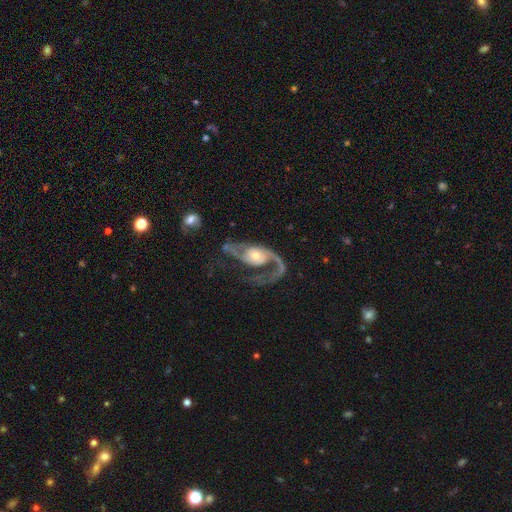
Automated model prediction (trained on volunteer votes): smooth_or_featured: featured or disk (p=0.87) [alt: smooth p=0.08]
disk_edge_on: no (p=0.96) [alt: yes p=0.04]
bar: no (p=0.67) [alt: weak p=0.24]
has_spiral_arms: yes (p=0.94) [alt: no p=0.06]
spiral_winding: loose (p=0.54) [alt: medium p=0.37]
spiral_arm_count: 2 (p=0.69) [alt: 1 p=0.25]
bulge_size: moderate (p=0.58) [alt: small p=0.32]
merging: none (p=0.43) [alt: major disturbance p=0.37]